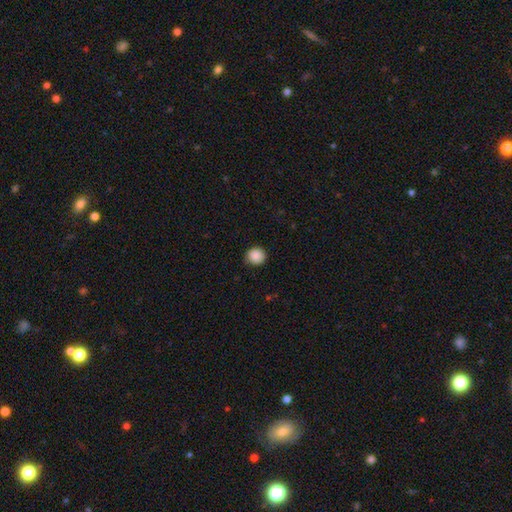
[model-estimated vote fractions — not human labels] Smooth or featured? smooth (88%)
How rounded? round (90%)
Merging? none (83%)